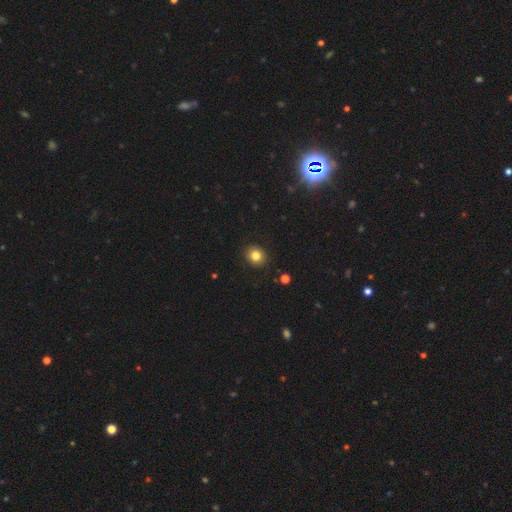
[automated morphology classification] smooth 83%, star or artifact 11%, featured or disk 6%. Down the decision tree: how rounded — round (76%); merging — none (90%).